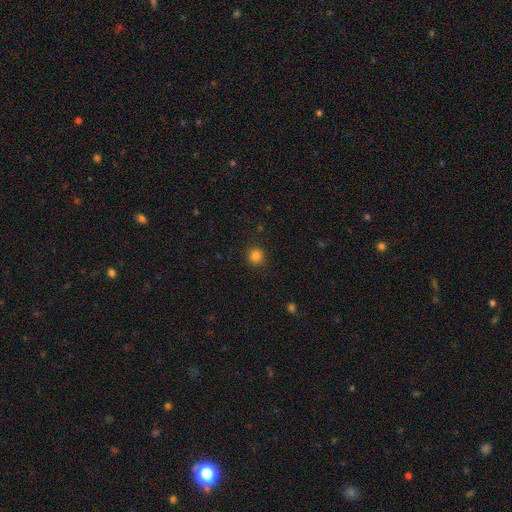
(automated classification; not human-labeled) Morphology: type=smooth (83%); roundness=round (93%); merging=none (91%).